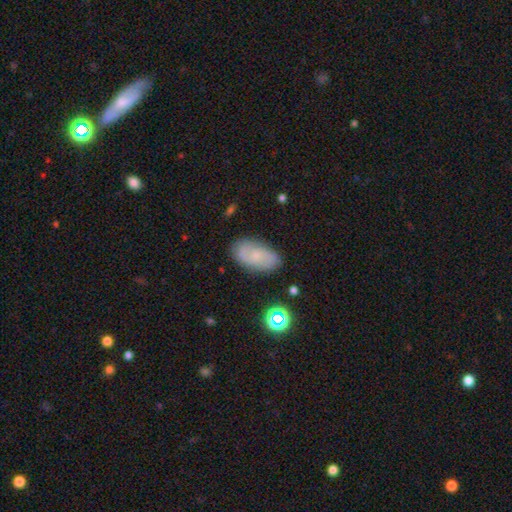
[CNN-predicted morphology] smooth-or-featured: smooth: 47% | featured or disk: 43% | star or artifact: 10%
  merging: none: 78% | minor disturbance: 16% | major disturbance: 4% | merger: 2%